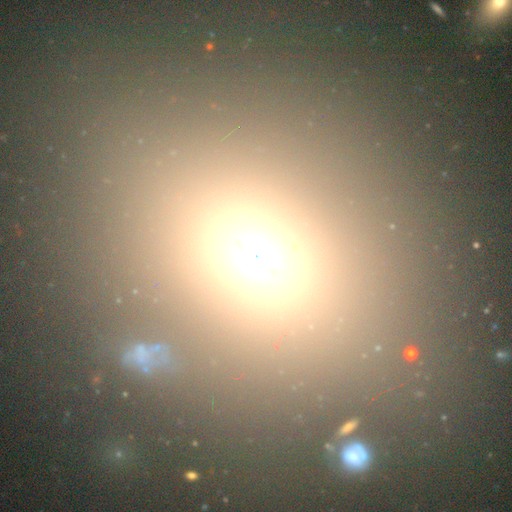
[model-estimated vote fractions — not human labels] Smooth or featured? smooth (66%)
How rounded? in between (50%)
Merging? none (70%)